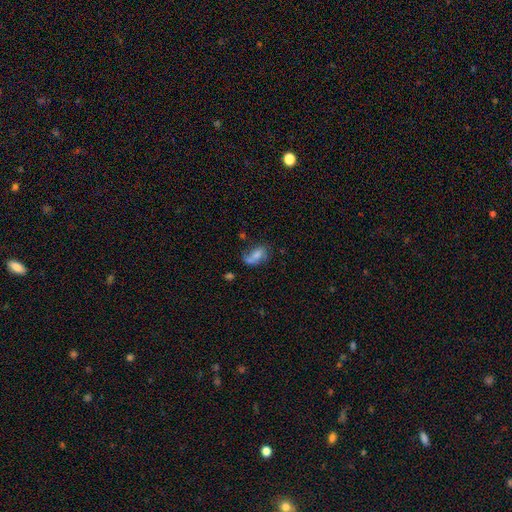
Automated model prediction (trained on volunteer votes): Smooth or featured: smooth — 62% (featured or disk — 27%)
How rounded: in between — 87% (round — 9%)
Merging: none — 41% (minor disturbance — 25%)